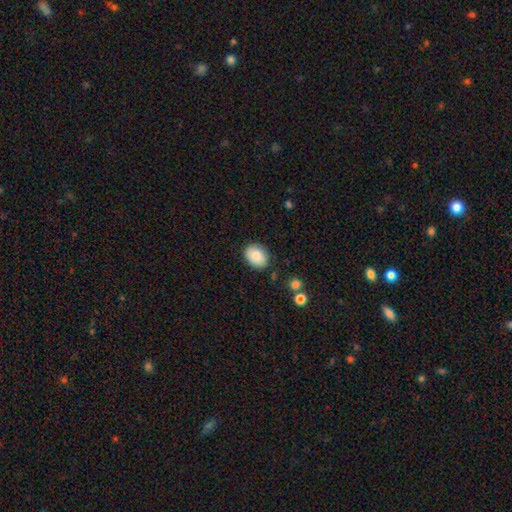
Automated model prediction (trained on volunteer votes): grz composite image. It shows a smooth galaxy with no disk features (84%) that is in between round and cigar-shaped (68%). Merging: none (83%).